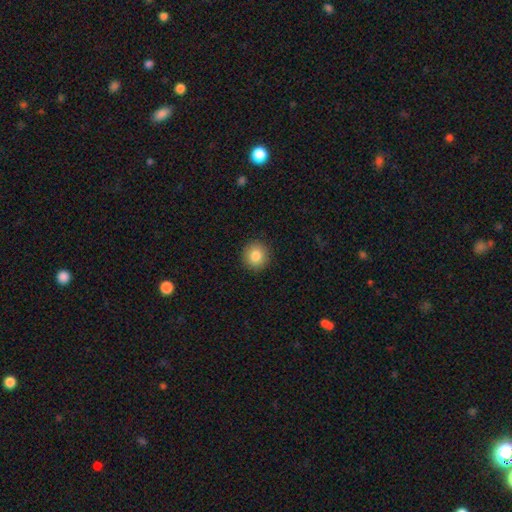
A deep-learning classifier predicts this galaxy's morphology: Smooth or featured? Predicted: smooth (p=0.83). How rounded? Predicted: round (p=0.92). Merging? Predicted: none (p=0.92).